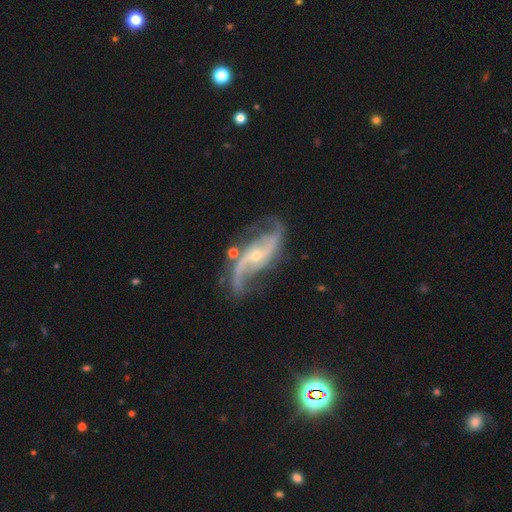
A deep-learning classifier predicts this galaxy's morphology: featured or disk 91%, star or artifact 5%, smooth 4%. Down the decision tree: edge-on disk — no (96%); bar — no (52%); spiral arms — yes (97%); spiral arm count — 2 (91%); spiral winding — loose (67%); bulge size — small (68%); merging — none (68%).